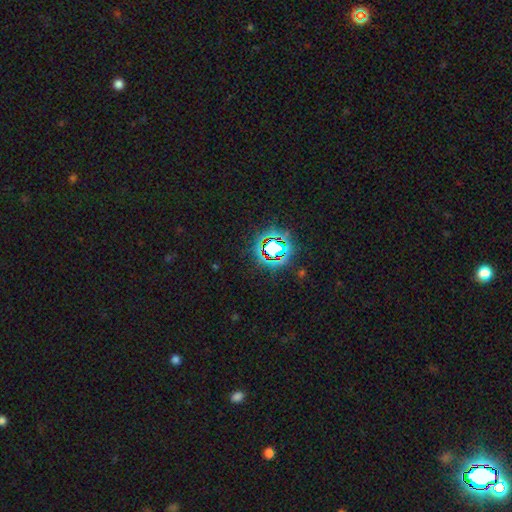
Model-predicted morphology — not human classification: smooth-or-featured: star or artifact: 78% | smooth: 15% | featured or disk: 8%